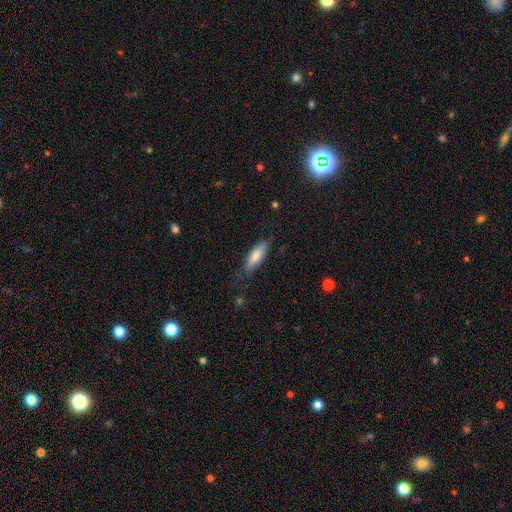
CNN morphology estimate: Q: Smooth or featured?
A: smooth (73%); runner-up: featured or disk (21%)
Q: How rounded?
A: in between (52%); runner-up: cigar-shaped (47%)
Q: Merging?
A: none (70%); runner-up: minor disturbance (22%)